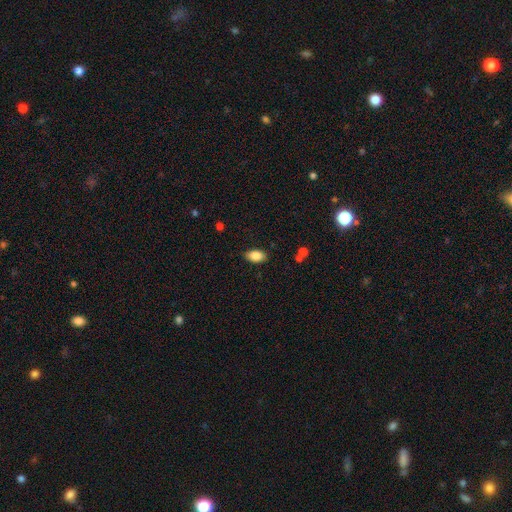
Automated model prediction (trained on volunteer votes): Overall: smooth (85%). How rounded: in between (92%). Merging: none (85%).